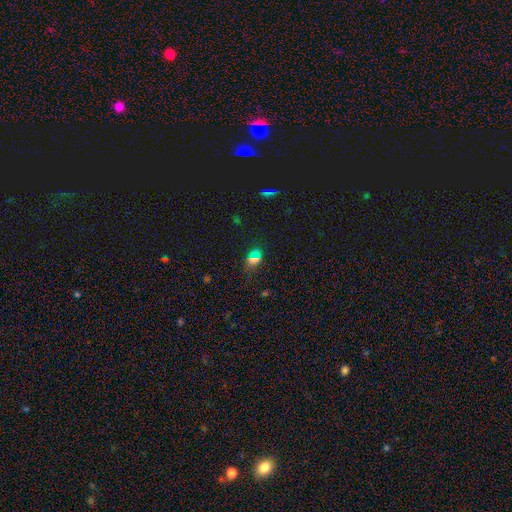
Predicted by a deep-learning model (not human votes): Smooth or featured: smooth — 59% (star or artifact — 31%)
How rounded: in between — 68% (round — 28%)
Merging: none — 80% (minor disturbance — 12%)